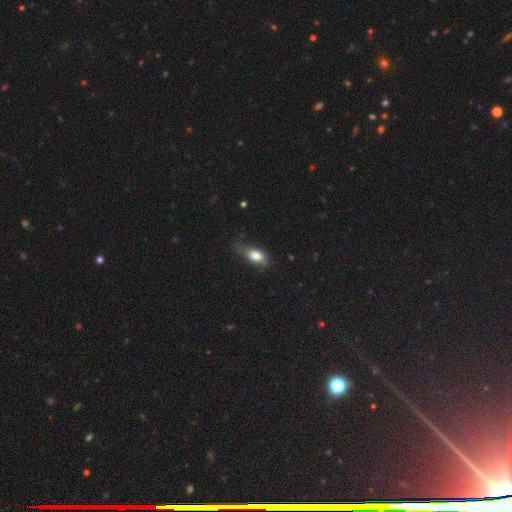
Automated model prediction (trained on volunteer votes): Overall: smooth (77%). How rounded: in between (81%). Merging: none (48%; minor disturbance 36%).